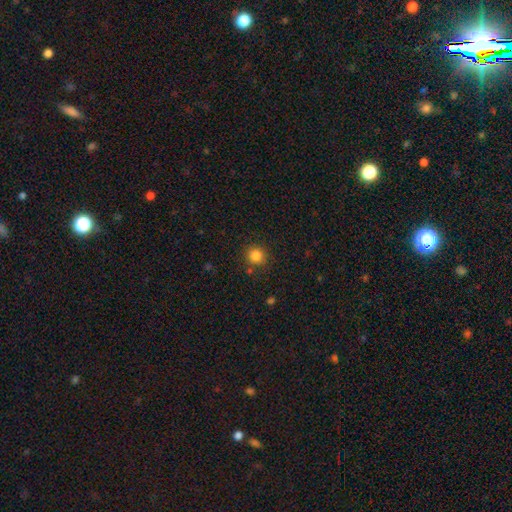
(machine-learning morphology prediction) Overall: smooth (83%). How rounded: round (93%). Merging: none (86%).